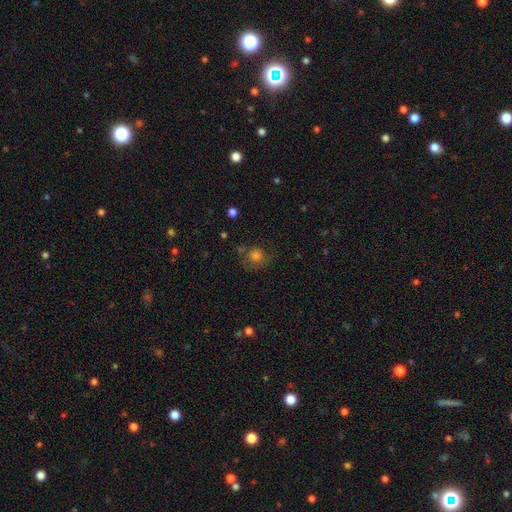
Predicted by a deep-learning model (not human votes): A smooth galaxy with no disk features (68%) that is round (81%).

Vote fractions:
- Smooth or featured? smooth: 68% / featured or disk: 16% / star or artifact: 15%
- How rounded? round: 81% / in between: 18% / cigar-shaped: 1%
- Merging? none: 57% / minor disturbance: 22% / major disturbance: 16% / merger: 6%